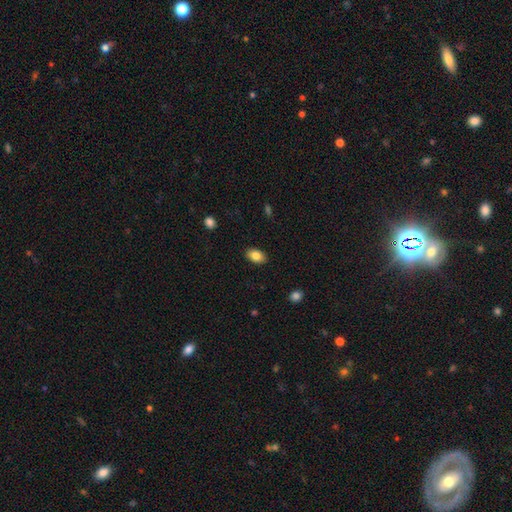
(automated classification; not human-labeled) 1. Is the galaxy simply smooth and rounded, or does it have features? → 84% smooth, 9% featured or disk, 8% star or artifact.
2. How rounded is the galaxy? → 90% in between, 8% round, 1% cigar-shaped.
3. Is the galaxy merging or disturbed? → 88% none, 9% minor disturbance, 2% major disturbance, 1% merger.